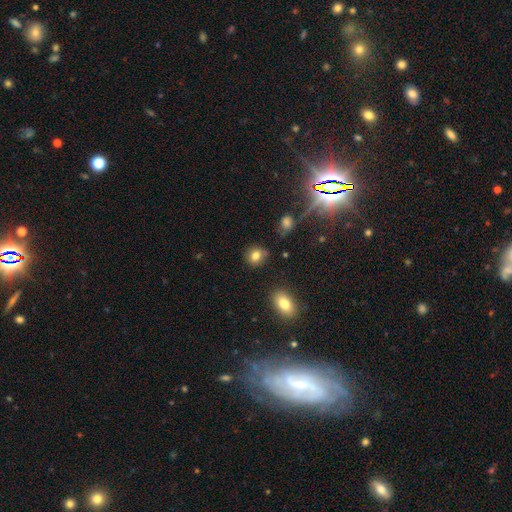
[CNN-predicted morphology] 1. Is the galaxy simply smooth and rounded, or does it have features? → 80% smooth, 12% star or artifact, 8% featured or disk.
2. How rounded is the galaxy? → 75% round, 24% in between, 1% cigar-shaped.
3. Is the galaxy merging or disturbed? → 79% none, 14% minor disturbance, 4% major disturbance, 4% merger.